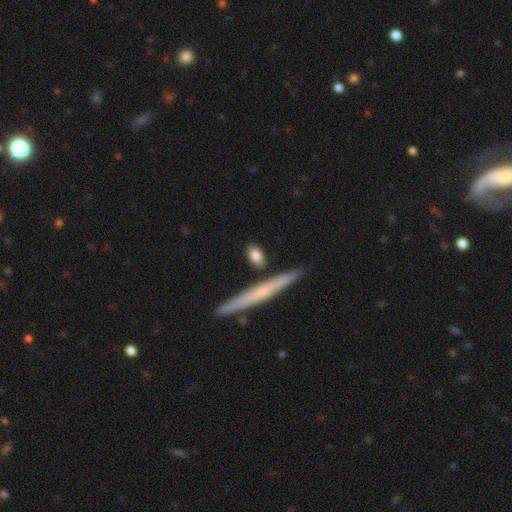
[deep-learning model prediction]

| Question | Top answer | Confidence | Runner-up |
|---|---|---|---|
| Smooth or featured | smooth | 79% | featured or disk (15%) |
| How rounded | in between | 70% | cigar-shaped (22%) |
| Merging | none | 80% | minor disturbance (11%) |